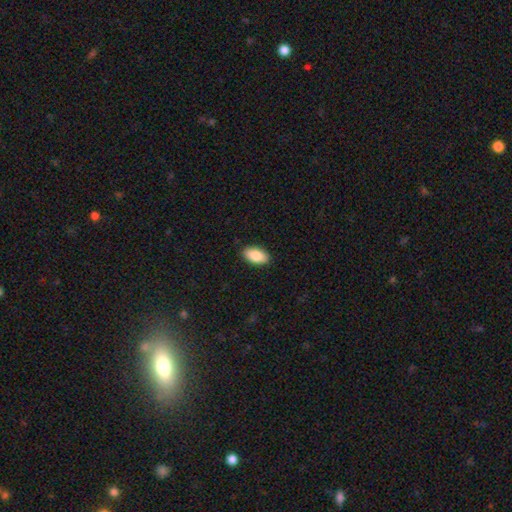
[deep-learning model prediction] smooth-or-featured: smooth: 86% | featured or disk: 8% | star or artifact: 6%
  how-rounded: in between: 94% | round: 3% | cigar-shaped: 2%
  merging: none: 90% | minor disturbance: 8% | major disturbance: 2% | merger: 1%